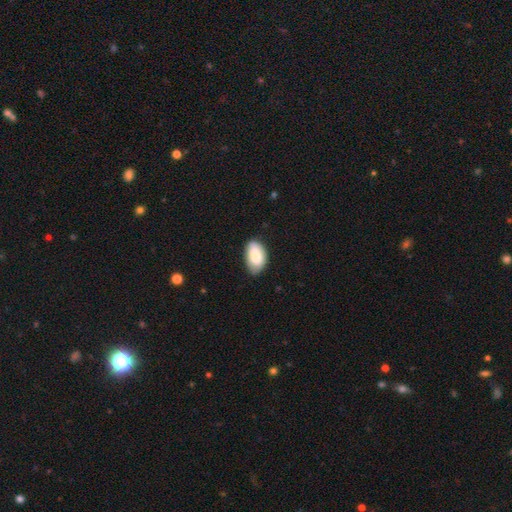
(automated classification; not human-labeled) Overall: smooth (80%). How rounded: in between (94%). Merging: none (71%).